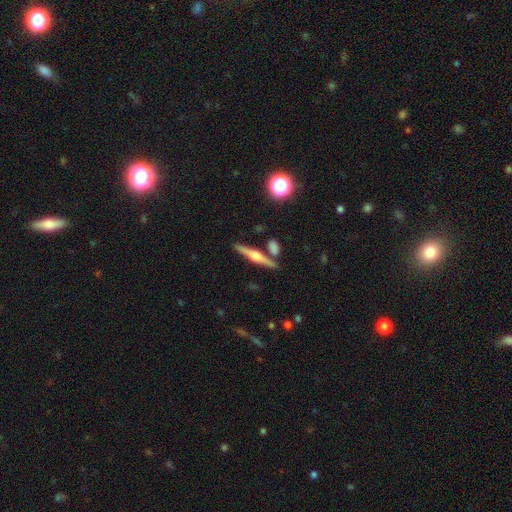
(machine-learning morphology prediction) Smooth or featured: featured or disk — 71% (smooth — 22%)
Edge-on disk: yes — 97% (no — 3%)
Edge-on bulge: rounded — 90% (boxy — 7%)
Merging: none — 82% (merger — 8%)